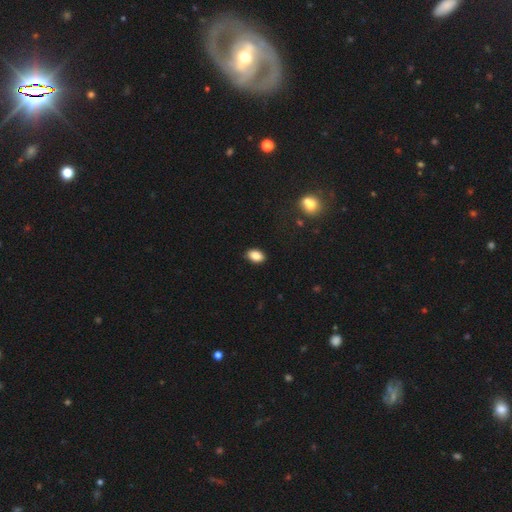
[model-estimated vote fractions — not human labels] Smooth or featured?
  - smooth: 87% *
  - star or artifact: 9%
  - featured or disk: 5%
How rounded?
  - in between: 86% *
  - round: 12%
  - cigar-shaped: 1%
Merging?
  - none: 89% *
  - minor disturbance: 8%
  - major disturbance: 2%
  - merger: 1%